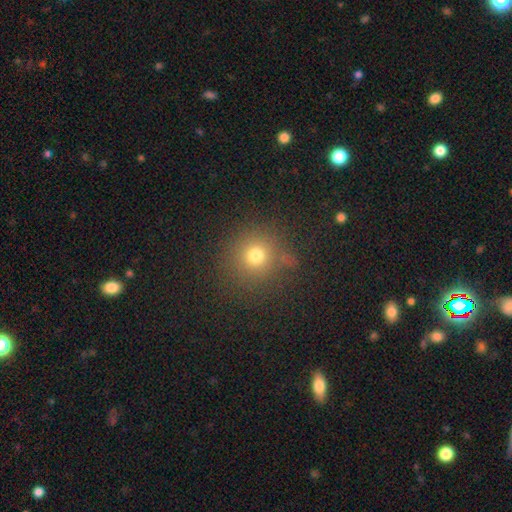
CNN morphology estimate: smooth-or-featured: smooth: 72% | star or artifact: 20% | featured or disk: 8%
  how-rounded: round: 91% | in between: 8% | cigar-shaped: 1%
  merging: none: 82% | minor disturbance: 10% | major disturbance: 5% | merger: 3%